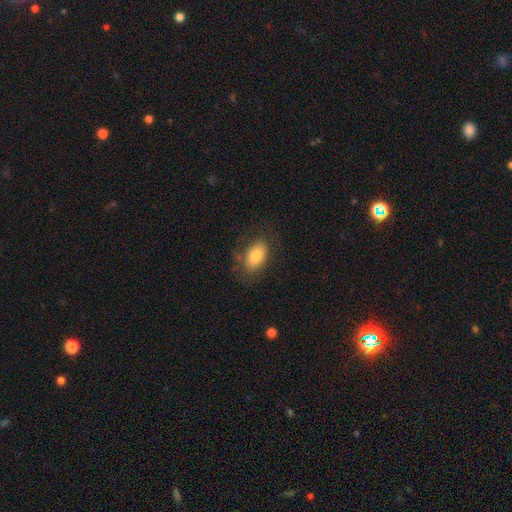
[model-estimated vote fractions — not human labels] Q: Smooth or featured?
A: smooth (80%); runner-up: featured or disk (13%)
Q: How rounded?
A: in between (90%); runner-up: round (8%)
Q: Merging?
A: none (73%); runner-up: minor disturbance (18%)